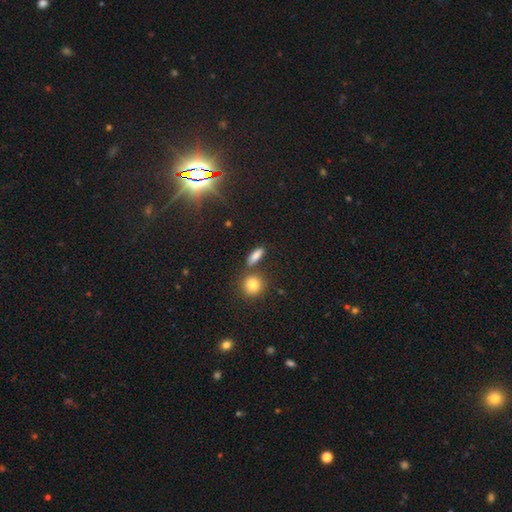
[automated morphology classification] A smooth galaxy with no disk features (80%) that is in between round and cigar-shaped (53%).

Vote fractions:
- Smooth or featured? smooth: 80% / star or artifact: 12% / featured or disk: 9%
- How rounded? in between: 53% / cigar-shaped: 35% / round: 13%
- Merging? none: 76% / minor disturbance: 11% / merger: 10% / major disturbance: 4%